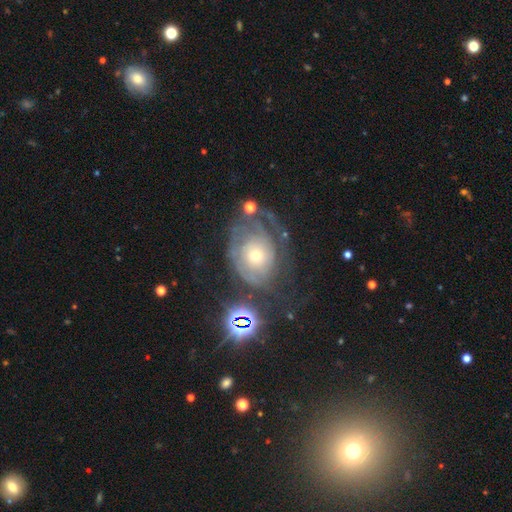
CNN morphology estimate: A featured or disk galaxy (71%) with no bar (84%), tight (65%) spiral arms (75%) and a small central bulge (58%).

Vote fractions:
- Smooth or featured? featured or disk: 71% / smooth: 16% / star or artifact: 13%
- Edge-on disk? no: 96% / yes: 4%
- Bar? no: 84% / weak: 12% / strong: 3%
- Spiral arms? yes: 75% / no: 25%
- Spiral winding? tight: 65% / medium: 24% / loose: 11%
- Spiral arm count? can't tell: 54% / 2: 18% / 1: 10% / 3: 8% / 4: 5% / more than 4: 5%
- Bulge size? small: 58% / moderate: 37% / large: 3% / dominant: 1% / none: 1%
- Merging? none: 47% / major disturbance: 26% / minor disturbance: 21% / merger: 5%